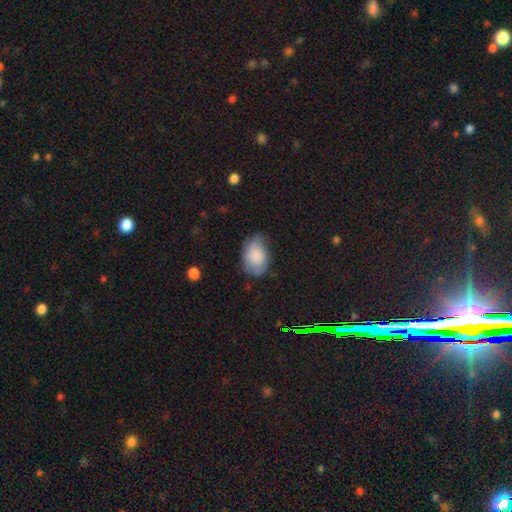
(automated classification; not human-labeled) A smooth galaxy with no disk features (81%) that is in between round and cigar-shaped (85%). Merging: none (56%).